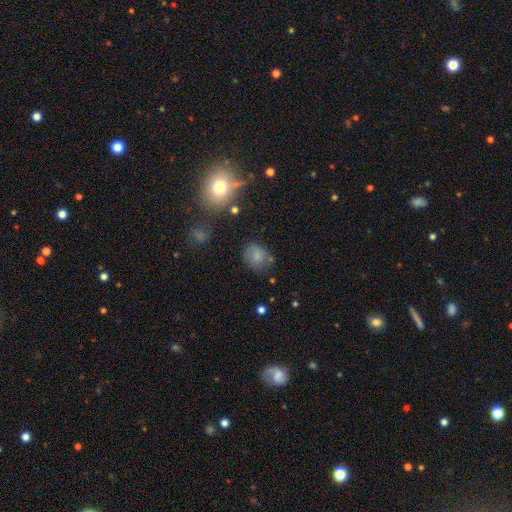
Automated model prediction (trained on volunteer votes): Smooth or featured: smooth — 77% (star or artifact — 13%)
How rounded: round — 50% (in between — 49%)
Merging: none — 68% (minor disturbance — 20%)